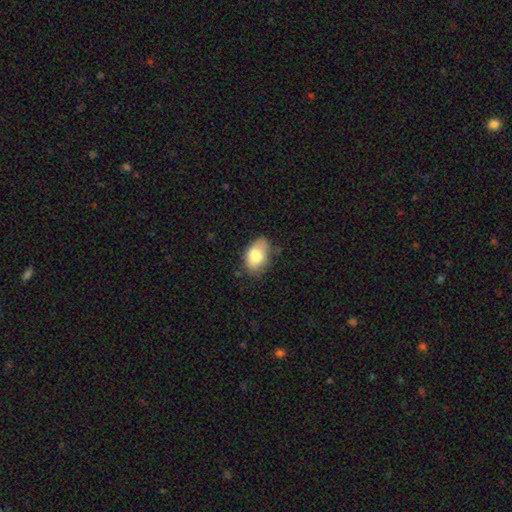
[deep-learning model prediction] This is likely a smooth galaxy (78%). How rounded: clearly in between (90%). Merging: possibly none (59%).